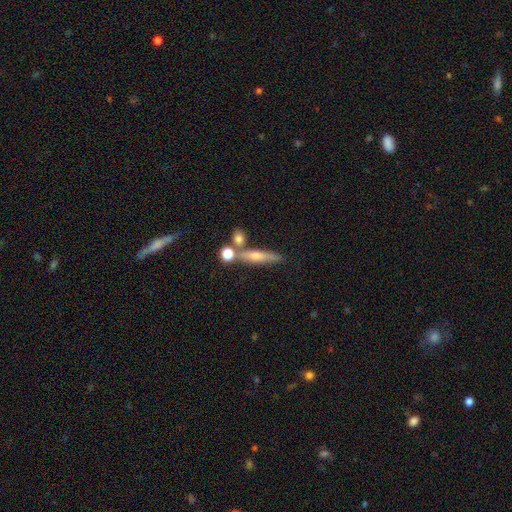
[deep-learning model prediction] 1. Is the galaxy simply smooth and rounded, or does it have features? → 57% featured or disk, 33% smooth, 10% star or artifact.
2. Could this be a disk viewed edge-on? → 89% yes, 11% no.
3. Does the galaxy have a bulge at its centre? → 86% rounded, 10% none, 5% boxy.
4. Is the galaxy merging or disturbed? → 67% none, 19% merger, 11% minor disturbance, 4% major disturbance.